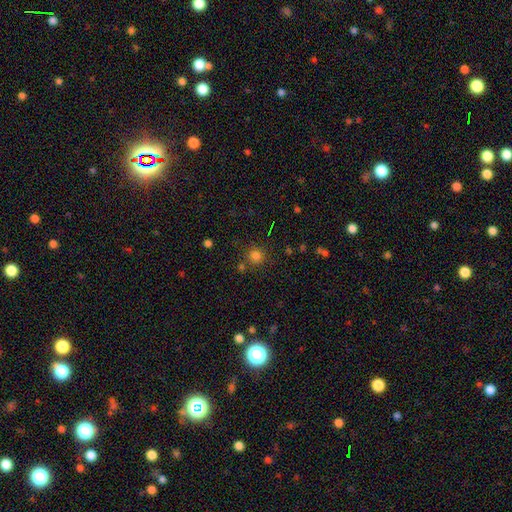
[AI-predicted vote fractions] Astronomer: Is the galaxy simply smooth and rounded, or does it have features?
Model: smooth — 79%.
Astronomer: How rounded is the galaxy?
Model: round — 93%.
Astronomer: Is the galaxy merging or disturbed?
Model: none — 81%.